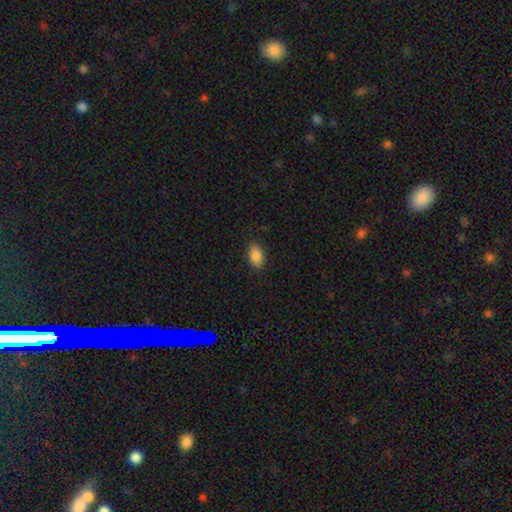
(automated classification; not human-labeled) Smooth or featured? smooth (88%)
How rounded? in between (92%)
Merging? none (87%)